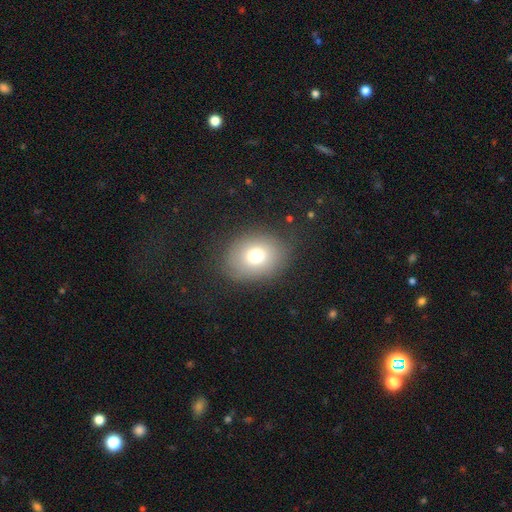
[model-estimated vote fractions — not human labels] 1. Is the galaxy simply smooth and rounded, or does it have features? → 73% smooth, 14% featured or disk, 13% star or artifact.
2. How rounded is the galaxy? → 50% round (tied), 50% in between (tied), 1% cigar-shaped.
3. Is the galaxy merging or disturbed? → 81% none, 12% minor disturbance, 6% major disturbance, 1% merger.